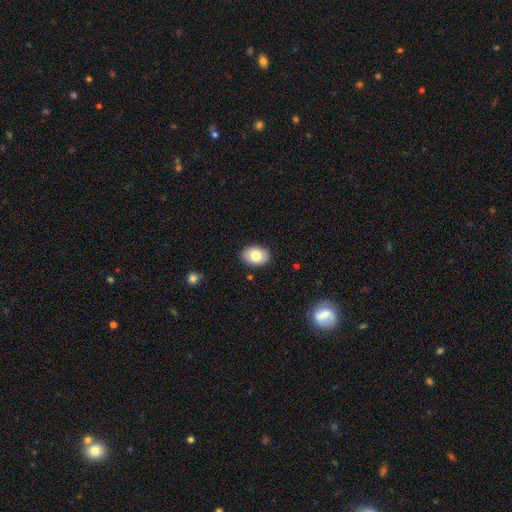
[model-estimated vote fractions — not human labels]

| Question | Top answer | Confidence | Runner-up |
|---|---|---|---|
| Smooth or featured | smooth | 80% | featured or disk (13%) |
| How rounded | in between | 82% | round (17%) |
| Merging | none | 88% | minor disturbance (9%) |